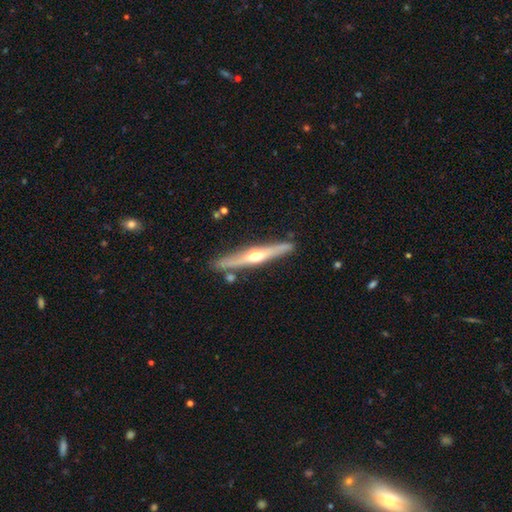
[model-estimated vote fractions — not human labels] This appears to be a featured or disk galaxy (69%) viewed edge-on (95%) with a rounded central bulge (90%). Merging: none (84%).